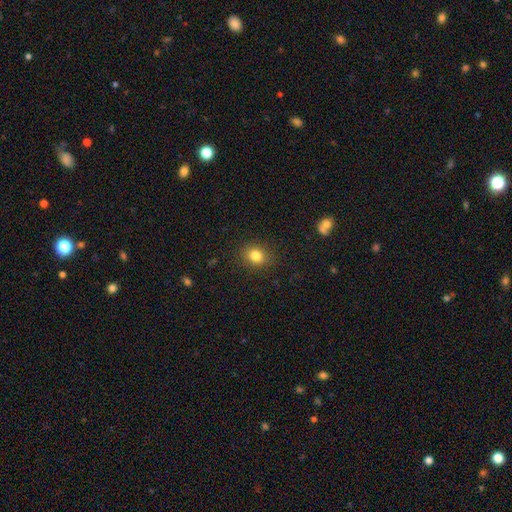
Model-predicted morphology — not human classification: Smooth or featured? smooth (82%)
How rounded? round (67%)
Merging? none (88%)